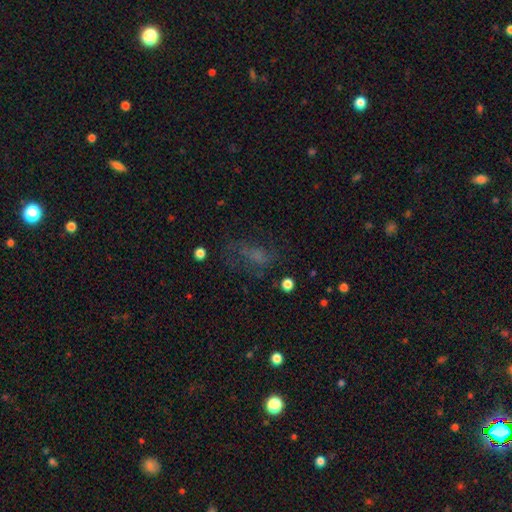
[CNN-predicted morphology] Smooth or featured? Predicted: smooth (p=0.45). Merging? Predicted: none (p=0.48).